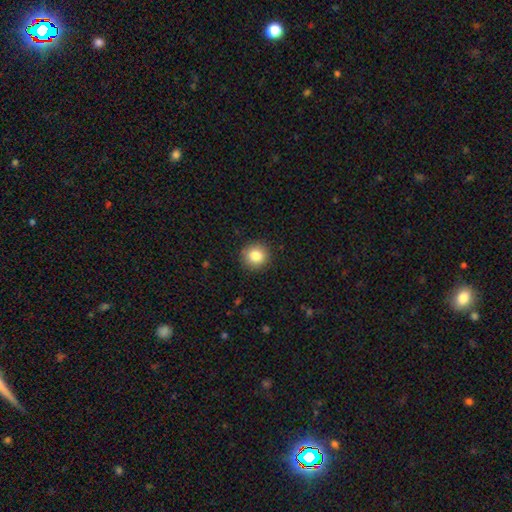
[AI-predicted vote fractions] A smooth galaxy with no disk features (83%) that is round (93%). Merging: none (92%).